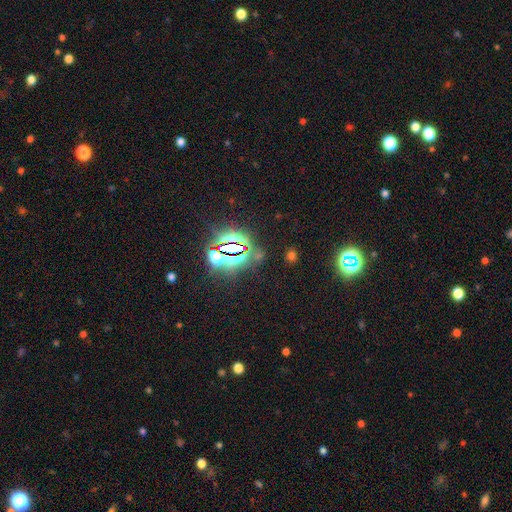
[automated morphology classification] Smooth or featured: star or artifact — 82% (smooth — 11%)